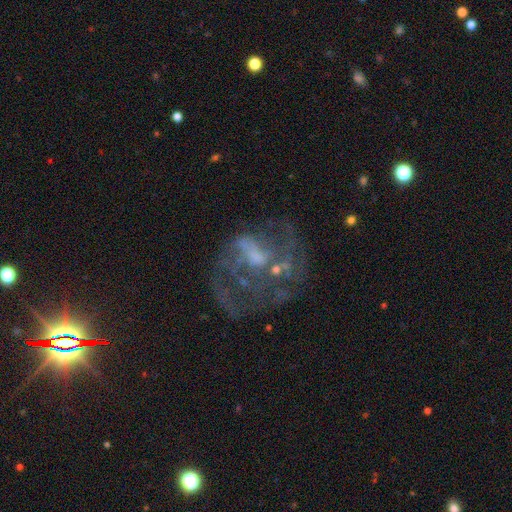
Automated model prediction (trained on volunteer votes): smooth_or_featured: featured or disk (p=0.71) [alt: star or artifact p=0.15]
disk_edge_on: no (p=0.98) [alt: yes p=0.02]
bar: no (p=0.59) [alt: weak p=0.33]
has_spiral_arms: yes (p=0.57) [alt: no p=0.43]
bulge_size: small (p=0.34) [alt: none p=0.33]
merging: none (p=0.41) [alt: major disturbance p=0.36]